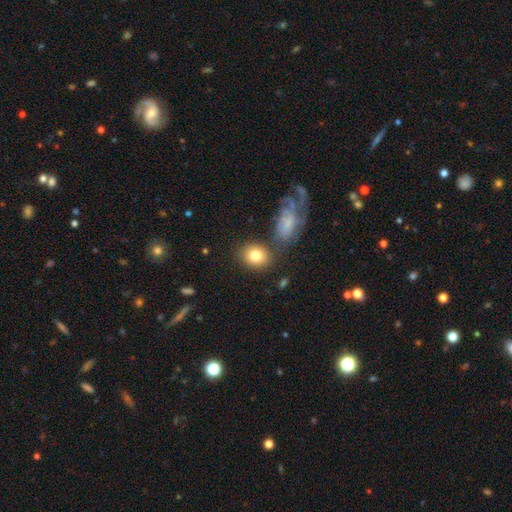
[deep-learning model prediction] Smooth or featured: smooth — 79% (featured or disk — 12%)
How rounded: round — 57% (in between — 42%)
Merging: none — 73% (minor disturbance — 12%)